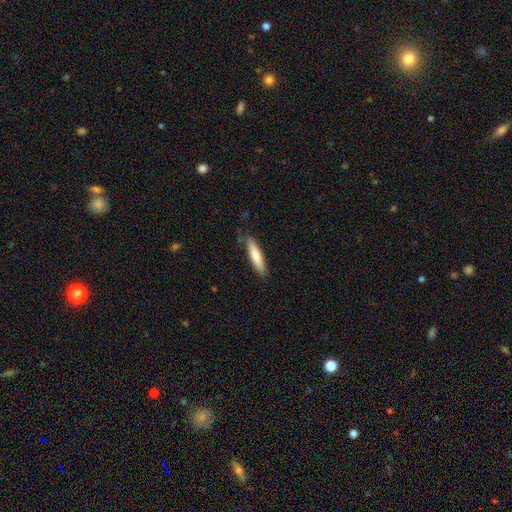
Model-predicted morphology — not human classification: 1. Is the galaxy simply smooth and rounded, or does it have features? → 77% smooth, 17% featured or disk, 5% star or artifact.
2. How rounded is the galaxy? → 80% cigar-shaped, 19% in between, 1% round.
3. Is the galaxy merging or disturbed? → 83% none, 13% minor disturbance, 2% major disturbance, 1% merger.